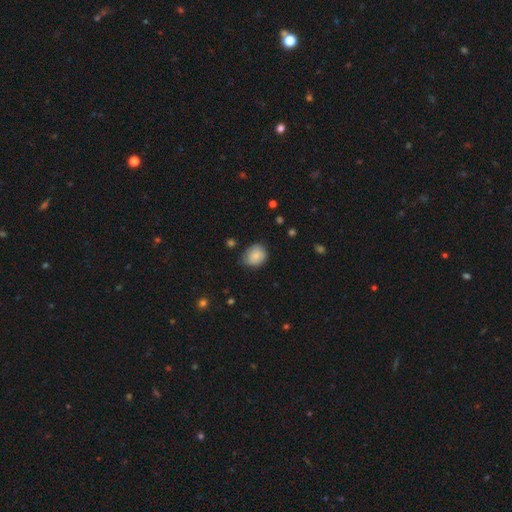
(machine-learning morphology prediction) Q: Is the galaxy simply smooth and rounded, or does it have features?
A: smooth — 82%.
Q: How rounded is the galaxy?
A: round — 59%.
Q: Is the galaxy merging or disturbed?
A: none — 62%.